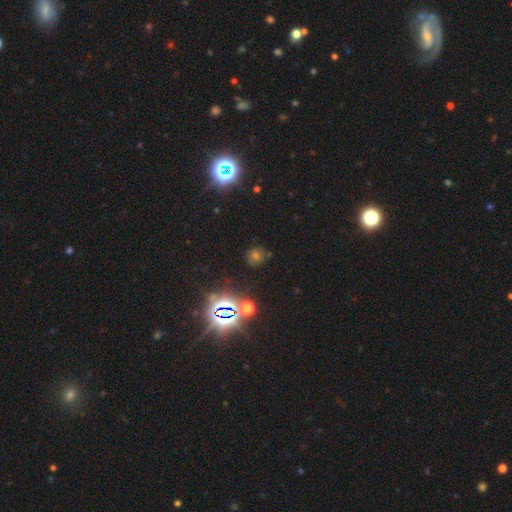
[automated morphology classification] Smooth or featured? star or artifact (58%)